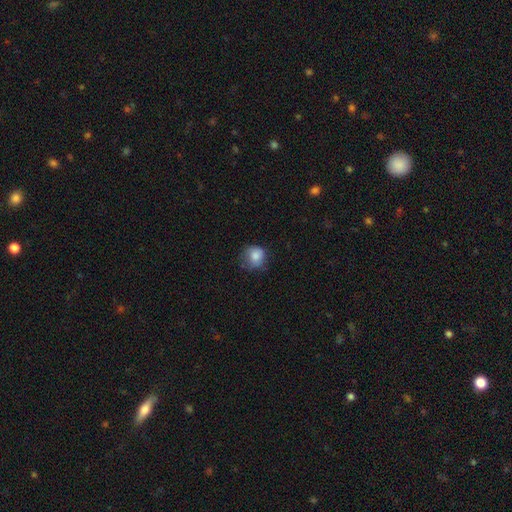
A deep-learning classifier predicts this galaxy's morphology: The model was most divided on "merging": none: 51%, minor disturbance: 32%, major disturbance: 15%, merger: 2%. More confident: smooth or featured — smooth (80%); how rounded — round (77%).